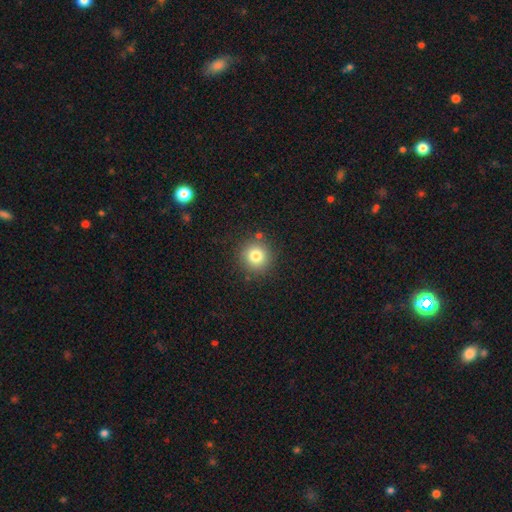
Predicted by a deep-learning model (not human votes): Morphology: type=smooth (80%); roundness=round (93%); merging=none (86%).